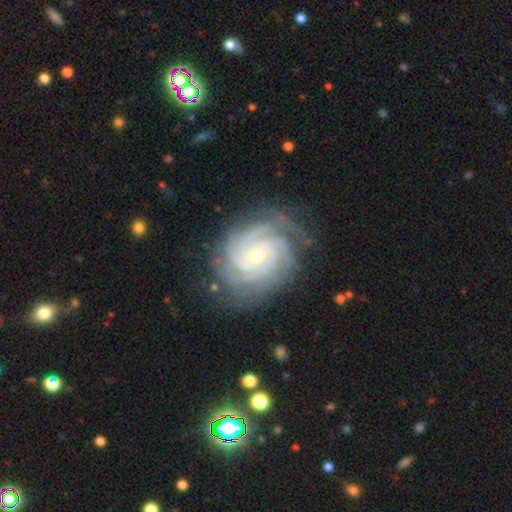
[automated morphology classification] smooth-or-featured: featured or disk: 92% | star or artifact: 5% | smooth: 3%
  disk-edge-on: no: 98% | yes: 2%
    bar: no: 59% | weak: 30% | strong: 10%
    has-spiral-arms: yes: 99% | no: 1%
      spiral-winding: tight: 82% | medium: 17% | loose: 2%
      spiral-arm-count: 4: 35% | 3: 20% | more than 4: 16% | can't tell: 14% | 2: 9% | 1: 7%
    bulge-size: small: 57% | moderate: 40% | large: 1% | none: 1% | dominant: 1%
  merging: none: 80% | minor disturbance: 14% | major disturbance: 4% | merger: 1%